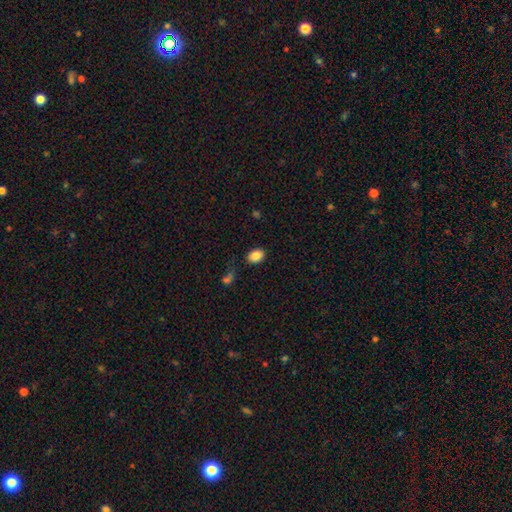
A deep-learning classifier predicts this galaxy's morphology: smooth-or-featured: smooth: 86% | star or artifact: 8% | featured or disk: 6%
  how-rounded: in between: 77% | round: 22% | cigar-shaped: 1%
  merging: none: 83% | minor disturbance: 11% | major disturbance: 3% | merger: 3%